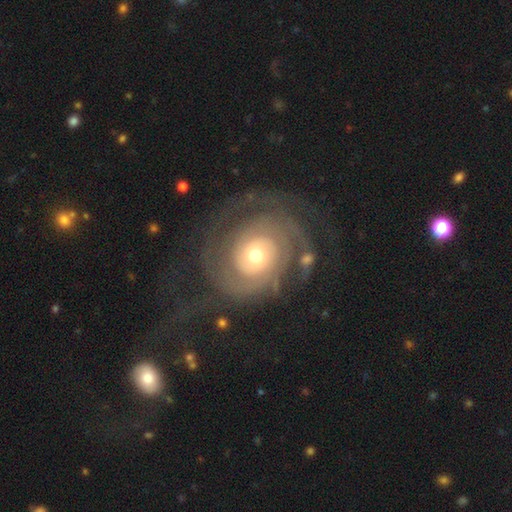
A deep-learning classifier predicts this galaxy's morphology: smooth-or-featured: featured or disk: 86% | smooth: 9% | star or artifact: 6%
  disk-edge-on: no: 98% | yes: 2%
    bar: no: 79% | weak: 16% | strong: 5%
    has-spiral-arms: yes: 94% | no: 6%
      spiral-winding: tight: 72% | medium: 21% | loose: 7%
      spiral-arm-count: 2: 40% | can't tell: 25% | 3: 14% | 1: 8% | 4: 7% | more than 4: 6%
    bulge-size: moderate: 57% | small: 33% | large: 7% | dominant: 1% | none: 1%
  merging: none: 64% | major disturbance: 18% | minor disturbance: 15% | merger: 3%